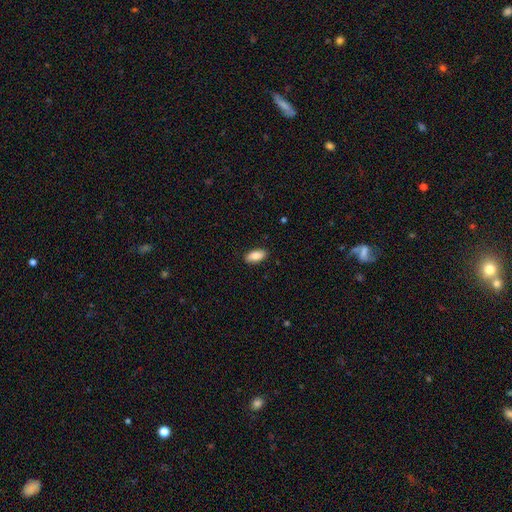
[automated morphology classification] Q: Smooth or featured?
A: smooth (87%); runner-up: featured or disk (7%)
Q: How rounded?
A: in between (91%); runner-up: cigar-shaped (6%)
Q: Merging?
A: none (88%); runner-up: minor disturbance (9%)